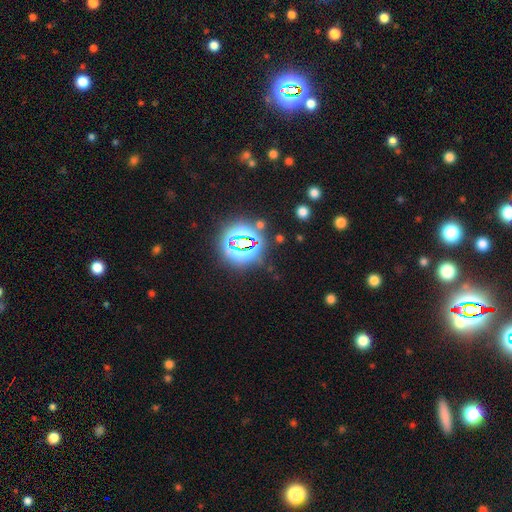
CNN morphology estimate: star or artifact 80%, smooth 12%, featured or disk 8%.